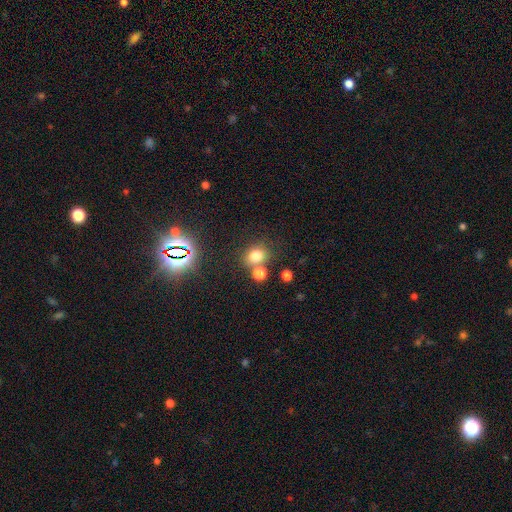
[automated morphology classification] Smooth or featured? smooth (74%)
How rounded? round (69%)
Merging? none (63%)